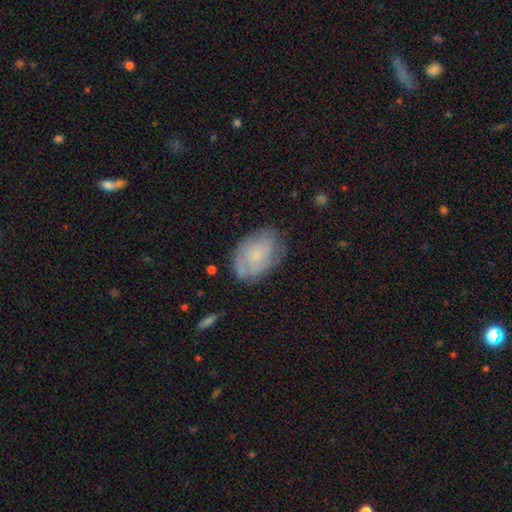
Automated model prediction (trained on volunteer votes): Overall: smooth (50%; featured or disk 42%). How rounded: in between (85%). Merging: none (68%).